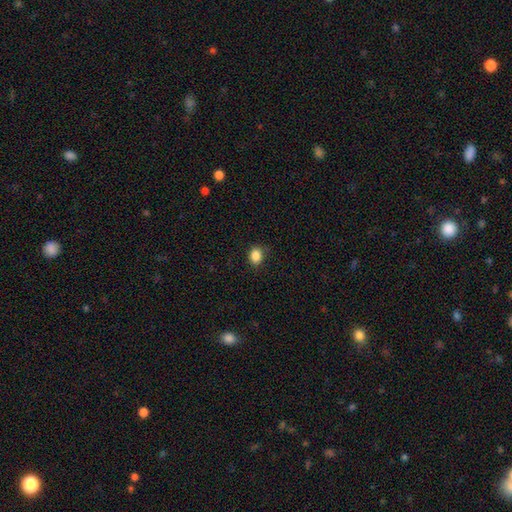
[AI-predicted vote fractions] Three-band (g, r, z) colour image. It shows a smooth galaxy with no disk features (87%) that is in between round and cigar-shaped (61%). Merging: none (83%).